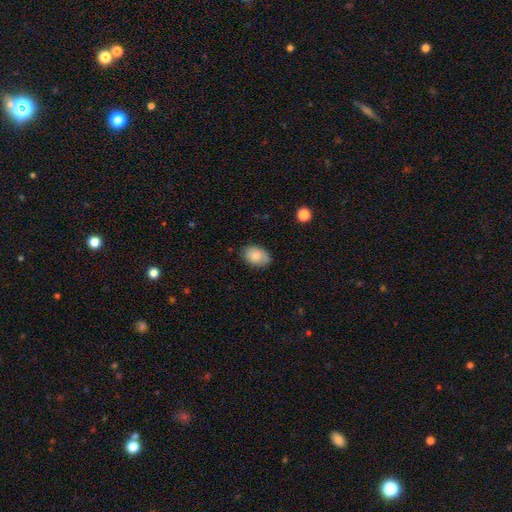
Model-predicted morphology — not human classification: A smooth galaxy with no disk features (83%) that is in between round and cigar-shaped (83%). Merging: none (75%).